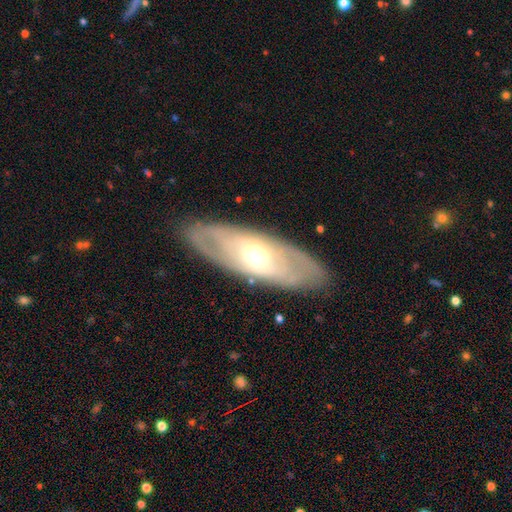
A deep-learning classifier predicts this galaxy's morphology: The model was most divided on "spiral arms": yes: 54%, no: 46%. More confident: merging — none (83%); edge-on disk — no (78%); smooth or featured — featured or disk (67%); bulge size — moderate (64%); bar — no (63%).